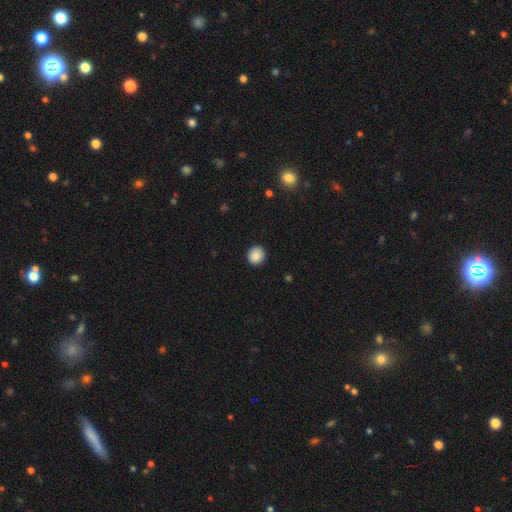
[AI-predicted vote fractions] A smooth galaxy with no disk features (87%) that is round (91%). Merging: none (91%).